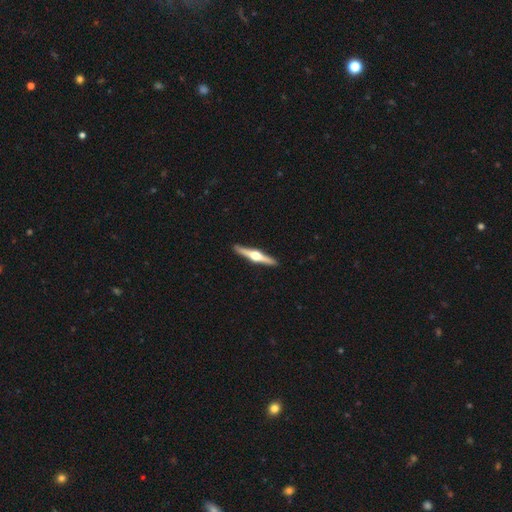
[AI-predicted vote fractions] A featured or disk galaxy (78%) viewed edge-on (98%) with a rounded central bulge (96%).

Vote fractions:
- Smooth or featured? featured or disk: 78% / smooth: 18% / star or artifact: 4%
- Edge-on disk? yes: 98% / no: 2%
- Edge-on bulge? rounded: 96% / boxy: 2% / none: 2%
- Merging? none: 93% / minor disturbance: 5% / major disturbance: 1% / merger: 1%